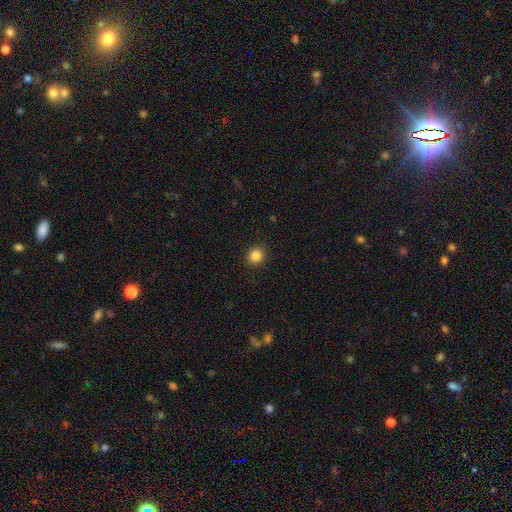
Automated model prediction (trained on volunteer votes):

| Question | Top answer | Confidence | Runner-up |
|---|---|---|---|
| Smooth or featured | smooth | 84% | star or artifact (11%) |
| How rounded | round | 88% | in between (11%) |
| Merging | none | 92% | minor disturbance (5%) |